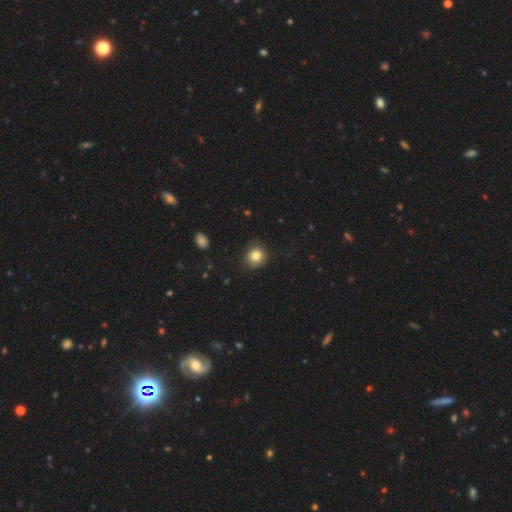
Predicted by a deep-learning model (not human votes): Morphology: type=smooth (82%); roundness=round (81%); merging=none (84%).